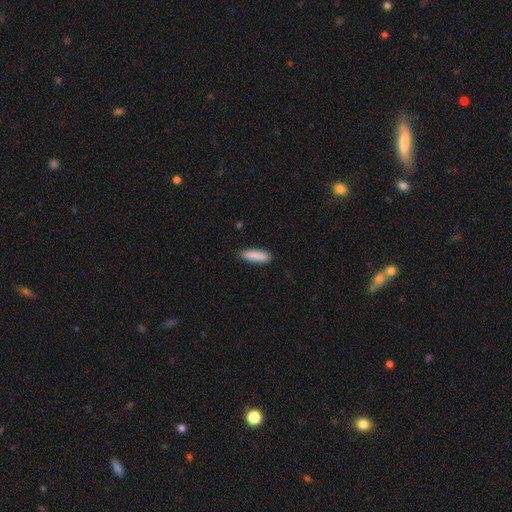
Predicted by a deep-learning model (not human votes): This appears to be a smooth galaxy with no disk features (89%) that is cigar-shaped (58%). Merging: none (88%).